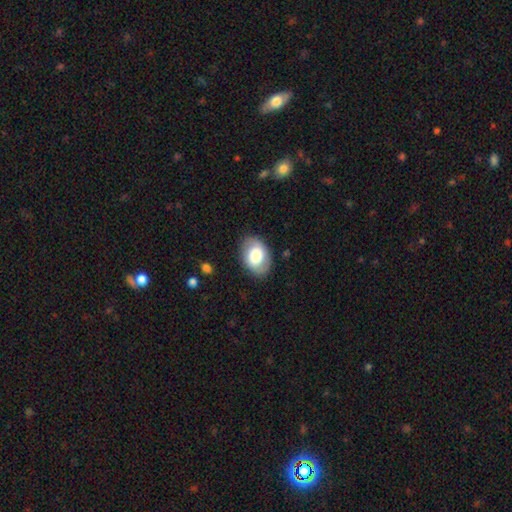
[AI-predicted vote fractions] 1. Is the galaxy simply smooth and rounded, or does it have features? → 68% smooth, 25% featured or disk, 7% star or artifact.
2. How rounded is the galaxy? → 84% in between, 15% round, 1% cigar-shaped.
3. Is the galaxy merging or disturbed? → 83% none, 12% minor disturbance, 3% major disturbance, 1% merger.